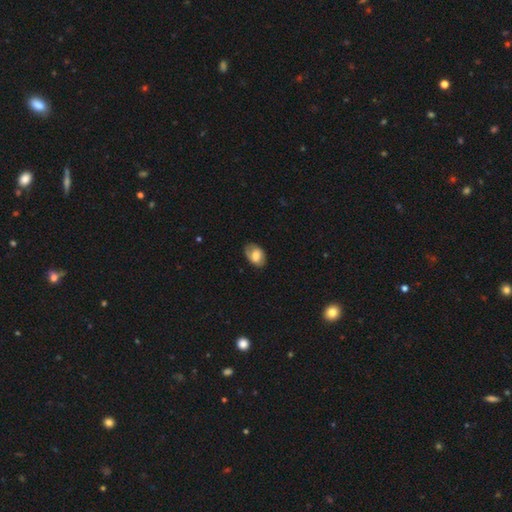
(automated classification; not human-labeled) smooth-or-featured: smooth: 60% | featured or disk: 33% | star or artifact: 7%
  how-rounded: in between: 86% | round: 13% | cigar-shaped: 1%
  merging: none: 75% | minor disturbance: 19% | major disturbance: 5% | merger: 1%